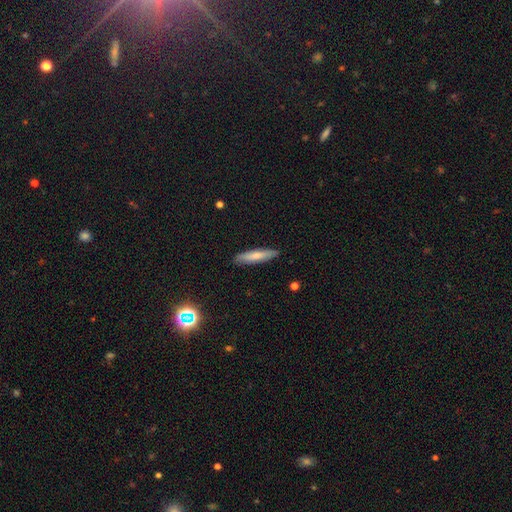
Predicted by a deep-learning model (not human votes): A smooth galaxy with no disk features (71%) that is cigar-shaped (83%). Merging: none (88%).